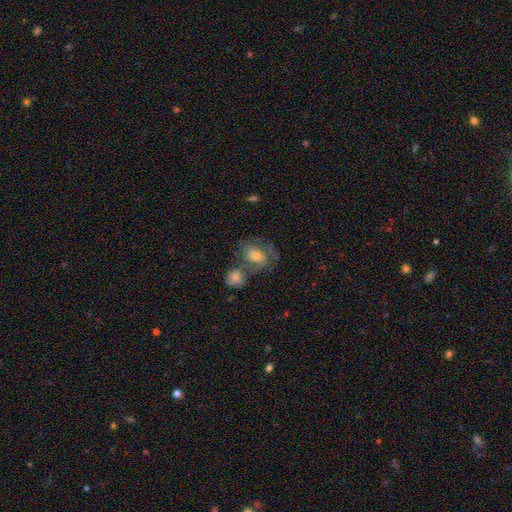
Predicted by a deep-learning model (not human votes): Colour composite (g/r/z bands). It shows a featured or disk galaxy (47%). Merging: none (41%).